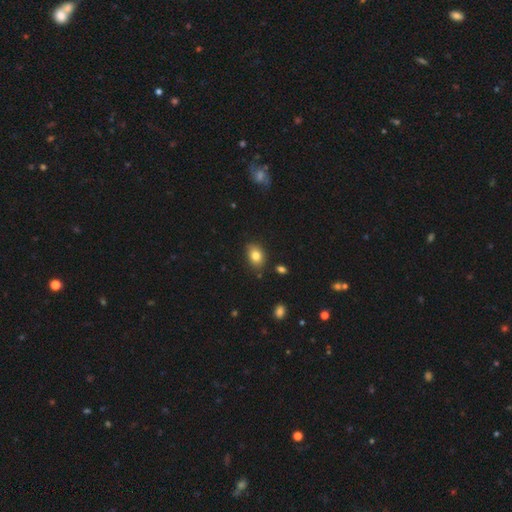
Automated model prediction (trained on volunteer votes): This appears to be a smooth galaxy with no disk features (82%) that is in between round and cigar-shaped (76%). Merging: none (82%).